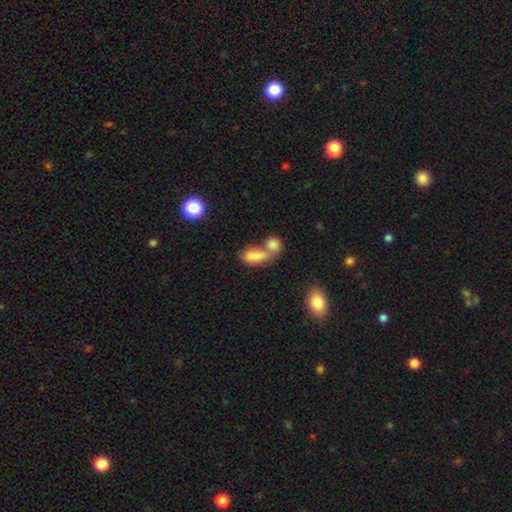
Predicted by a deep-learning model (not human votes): smooth 80%, featured or disk 11%, star or artifact 9%. Down the decision tree: how rounded — in between (86%); merging — merger (62%).